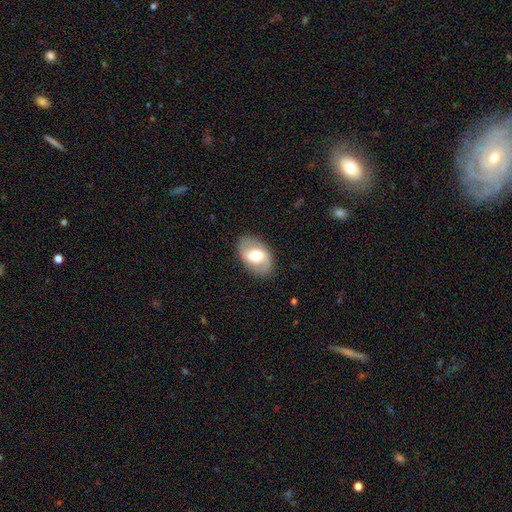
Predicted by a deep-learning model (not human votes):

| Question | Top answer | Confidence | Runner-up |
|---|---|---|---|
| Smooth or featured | featured or disk | 50% | smooth (43%) |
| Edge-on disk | no | 93% | yes (7%) |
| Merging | none | 84% | minor disturbance (11%) |